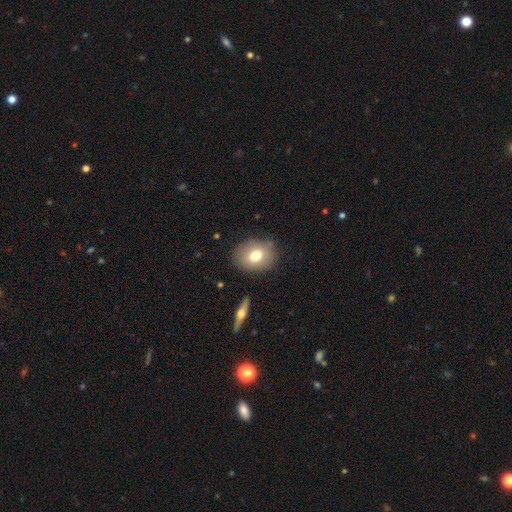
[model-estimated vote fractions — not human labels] Overall: smooth (72%). How rounded: in between (52%; round 47%). Merging: none (79%).